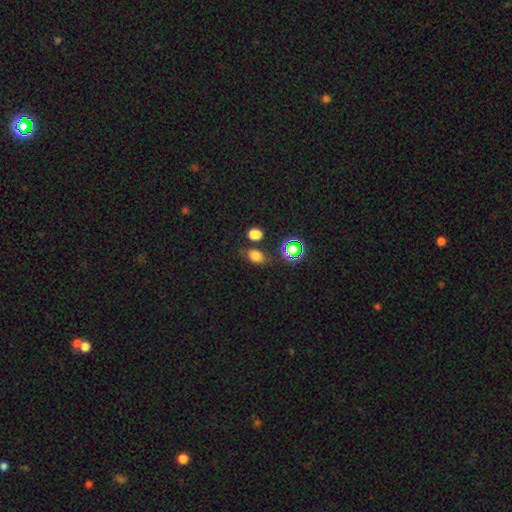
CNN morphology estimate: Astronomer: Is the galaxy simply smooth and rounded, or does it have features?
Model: smooth — 74%.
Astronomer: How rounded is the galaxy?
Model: in between — 69%.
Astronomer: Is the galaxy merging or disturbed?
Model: none — 72%.